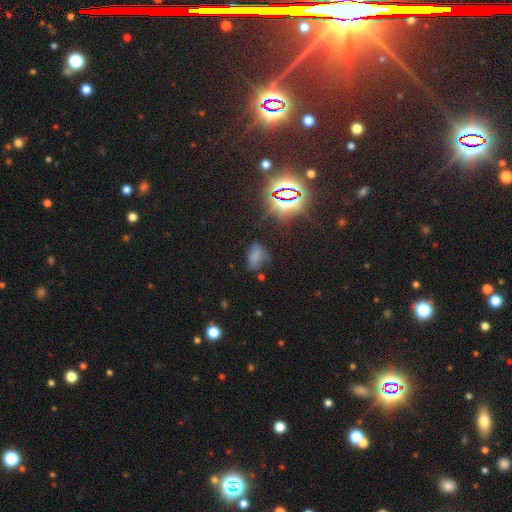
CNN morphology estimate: Q: Smooth or featured?
A: smooth (56%); runner-up: star or artifact (31%)
Q: How rounded?
A: in between (86%); runner-up: round (9%)
Q: Merging?
A: none (45%); runner-up: minor disturbance (29%)